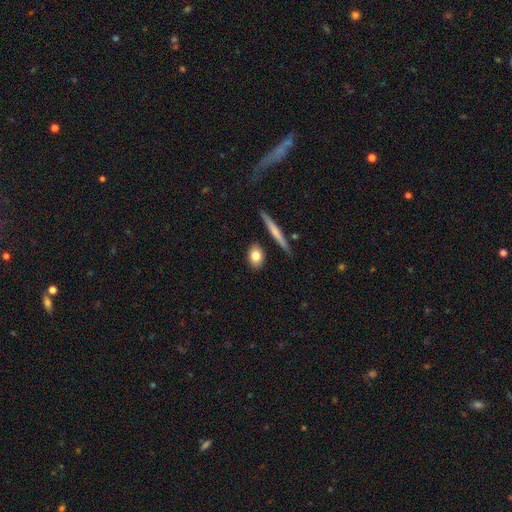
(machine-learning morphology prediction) This is likely a smooth galaxy (79%). How rounded: likely in between (67%). Merging: clearly none (82%).